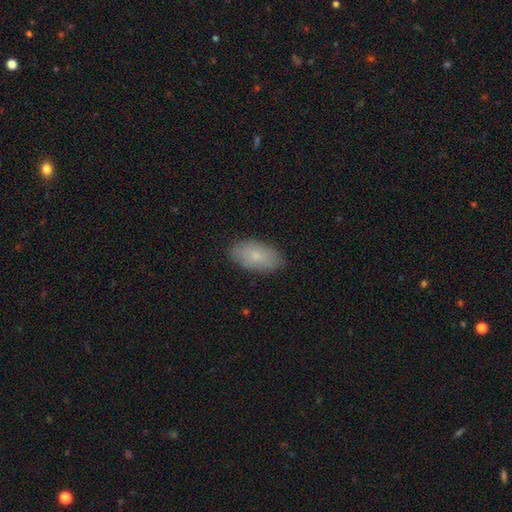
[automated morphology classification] smooth-or-featured: smooth: 77% | featured or disk: 16% | star or artifact: 7%
  how-rounded: in between: 95% | round: 3% | cigar-shaped: 2%
  merging: none: 86% | minor disturbance: 11% | major disturbance: 2% | merger: 1%